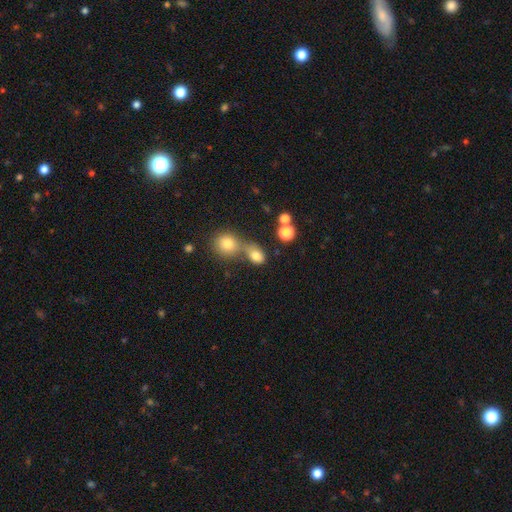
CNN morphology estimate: Smooth or featured? Predicted: smooth (p=0.78). How rounded? Predicted: in between (p=0.58). Merging? Predicted: merger (p=0.43).